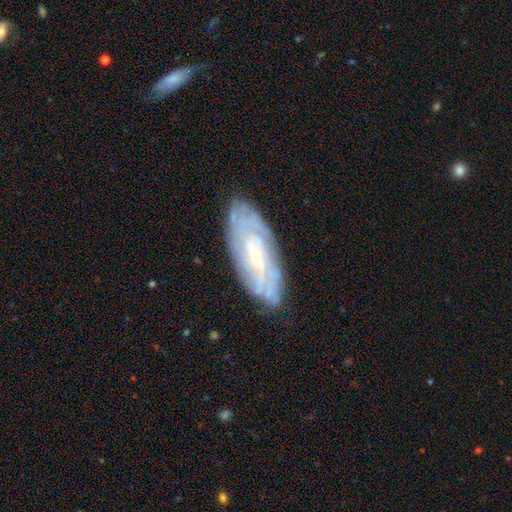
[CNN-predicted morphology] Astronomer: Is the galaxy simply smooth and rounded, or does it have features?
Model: featured or disk — 73%.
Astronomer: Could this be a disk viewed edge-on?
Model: no — 87%.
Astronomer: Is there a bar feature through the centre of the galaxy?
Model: no — 52% (runner-up: weak, 38%).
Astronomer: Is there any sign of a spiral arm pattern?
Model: yes — 88%.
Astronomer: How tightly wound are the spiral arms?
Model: tight — 71%.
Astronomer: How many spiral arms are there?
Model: can't tell — 57%.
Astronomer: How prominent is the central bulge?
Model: small — 57%.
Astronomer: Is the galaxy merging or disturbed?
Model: none — 80%.